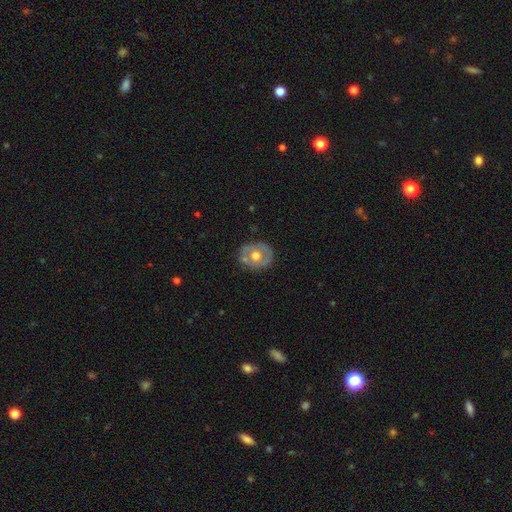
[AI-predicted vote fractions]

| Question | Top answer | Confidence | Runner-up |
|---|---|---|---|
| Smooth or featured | featured or disk | 53% | smooth (41%) |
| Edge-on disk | no | 95% | yes (5%) |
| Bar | no | 86% | weak (11%) |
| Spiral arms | no | 79% | yes (21%) |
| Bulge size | moderate | 76% | large (16%) |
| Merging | none | 71% | minor disturbance (18%) |